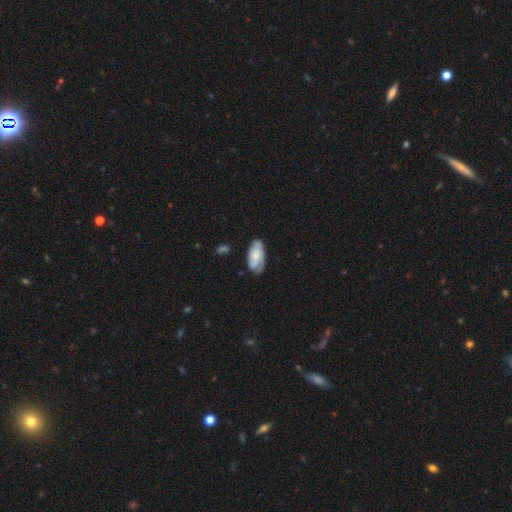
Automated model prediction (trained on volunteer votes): Overall: smooth (51%; featured or disk 43%). How rounded: in between (89%). Merging: none (64%; minor disturbance 27%).